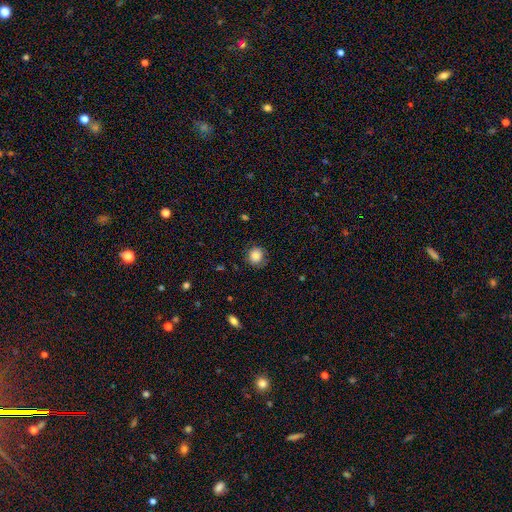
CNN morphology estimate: Smooth or featured? Predicted: smooth (p=0.82). How rounded? Predicted: round (p=0.89). Merging? Predicted: none (p=0.77).